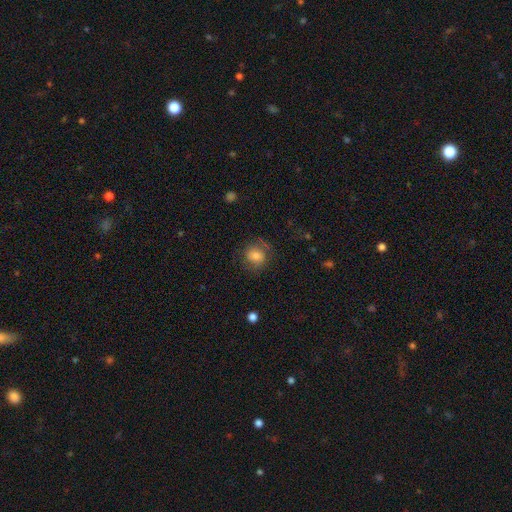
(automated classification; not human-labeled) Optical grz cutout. It shows a smooth galaxy with no disk features (70%) that is round (74%). Merging: none (69%).